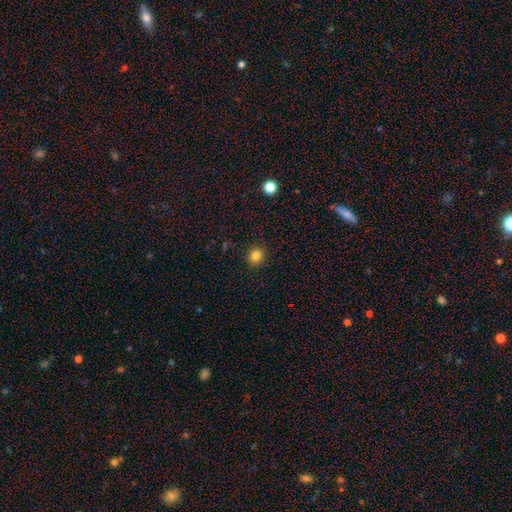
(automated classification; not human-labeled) smooth 83%, star or artifact 12%, featured or disk 5%. Down the decision tree: how rounded — round (81%); merging — none (90%).